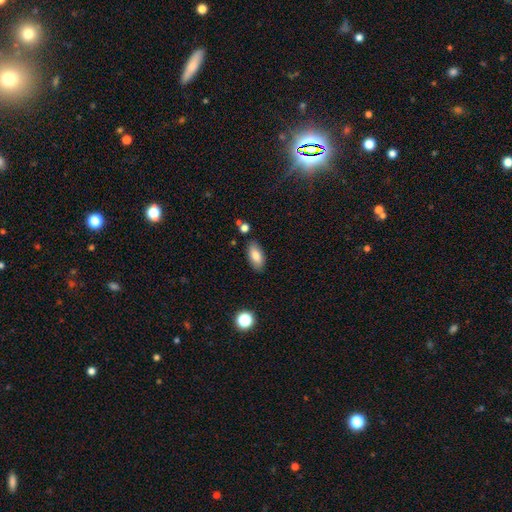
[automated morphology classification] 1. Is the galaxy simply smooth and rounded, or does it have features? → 80% smooth, 12% featured or disk, 8% star or artifact.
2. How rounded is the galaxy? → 89% in between, 8% cigar-shaped, 3% round.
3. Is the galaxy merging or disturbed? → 84% none, 11% minor disturbance, 3% merger, 2% major disturbance.